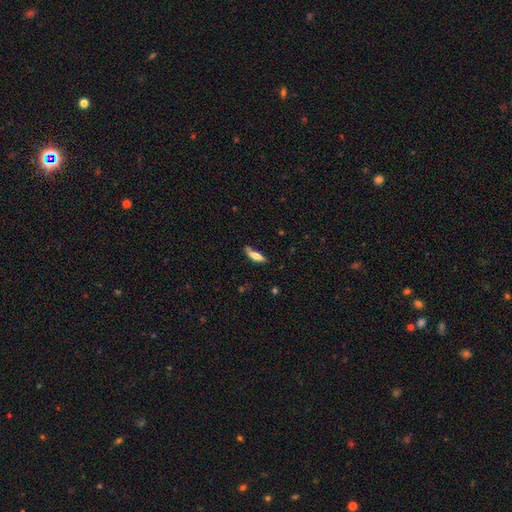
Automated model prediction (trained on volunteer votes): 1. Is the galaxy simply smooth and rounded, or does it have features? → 67% smooth, 27% featured or disk, 7% star or artifact.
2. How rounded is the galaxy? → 57% cigar-shaped, 41% in between, 2% round.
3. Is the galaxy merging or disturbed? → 60% none, 28% minor disturbance, 8% major disturbance, 5% merger.